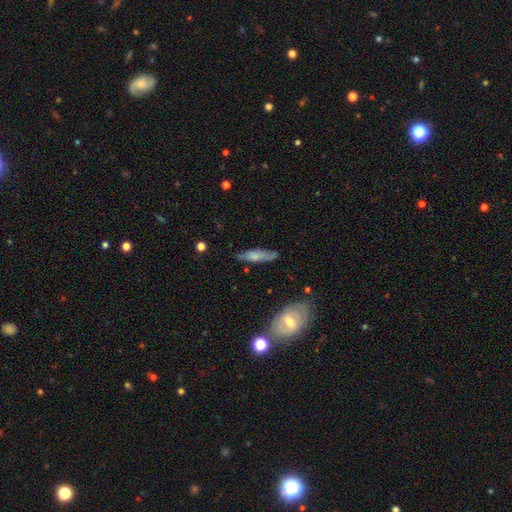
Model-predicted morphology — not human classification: Smooth or featured? Predicted: smooth (p=0.57). How rounded? Predicted: cigar-shaped (p=0.70). Merging? Predicted: none (p=0.71).